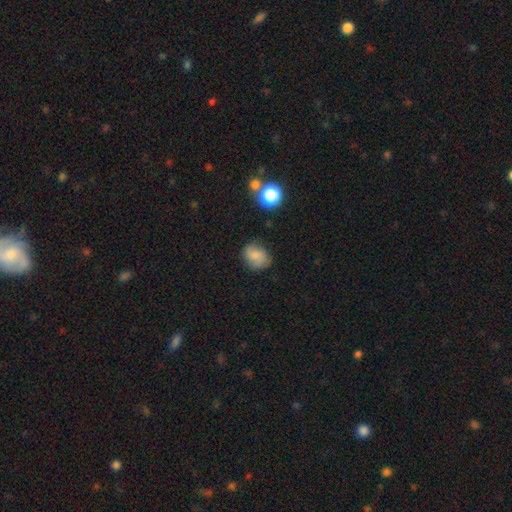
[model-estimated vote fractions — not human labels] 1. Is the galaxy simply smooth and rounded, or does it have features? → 72% smooth, 17% featured or disk, 10% star or artifact.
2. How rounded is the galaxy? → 52% round, 47% in between, 1% cigar-shaped.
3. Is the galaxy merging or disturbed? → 71% none, 21% minor disturbance, 6% major disturbance, 2% merger.